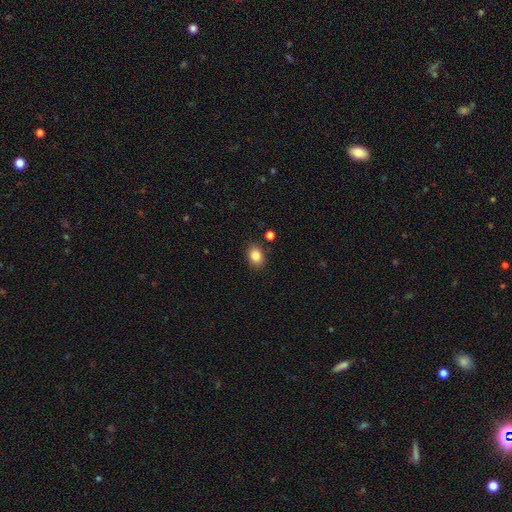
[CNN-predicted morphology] The model was most divided on "how rounded": in between: 62%, round: 38%, cigar-shaped: 1%. More confident: smooth or featured — smooth (85%); merging — none (85%).